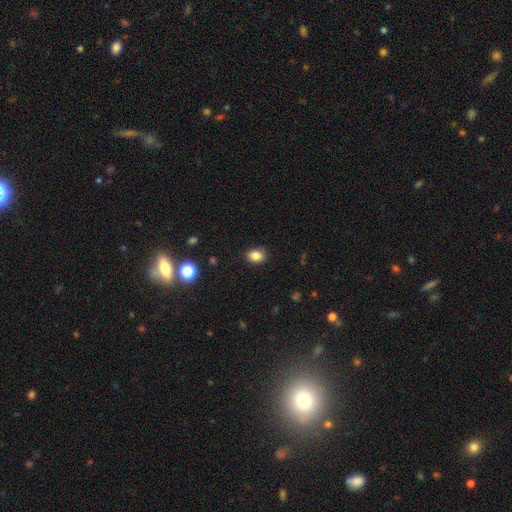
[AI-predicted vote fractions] Q: Smooth or featured?
A: smooth (85%); runner-up: star or artifact (11%)
Q: How rounded?
A: in between (62%); runner-up: round (36%)
Q: Merging?
A: none (85%); runner-up: minor disturbance (11%)